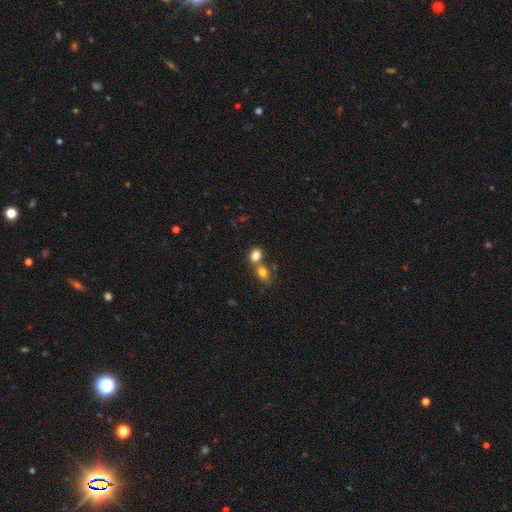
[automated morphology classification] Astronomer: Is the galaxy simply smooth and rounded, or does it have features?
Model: smooth — 81%.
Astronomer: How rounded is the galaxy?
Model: in between — 65%.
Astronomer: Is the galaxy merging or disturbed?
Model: merger — 49% (runner-up: none, 38%).